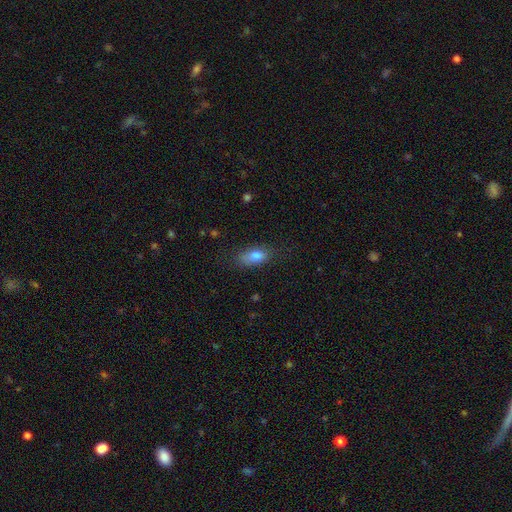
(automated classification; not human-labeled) Smooth or featured?
  - smooth: 81% *
  - featured or disk: 11%
  - star or artifact: 8%
How rounded?
  - in between: 83% *
  - cigar-shaped: 12%
  - round: 5%
Merging?
  - none: 70% *
  - minor disturbance: 21%
  - major disturbance: 7%
  - merger: 2%